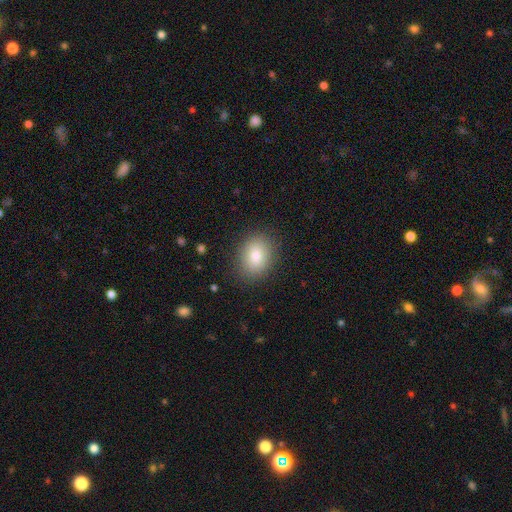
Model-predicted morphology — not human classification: smooth 83%, star or artifact 9%, featured or disk 8%. Down the decision tree: how rounded — in between (61%); merging — none (87%).